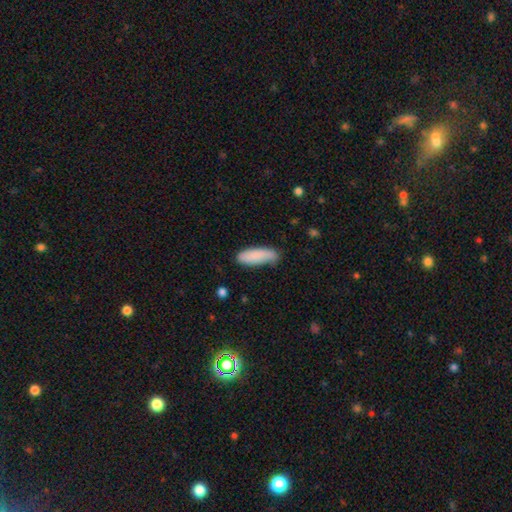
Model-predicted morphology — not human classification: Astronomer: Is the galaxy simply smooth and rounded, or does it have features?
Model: smooth — 85%.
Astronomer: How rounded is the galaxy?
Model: in between — 55% (runner-up: cigar-shaped, 44%).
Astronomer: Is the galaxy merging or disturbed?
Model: none — 66%.